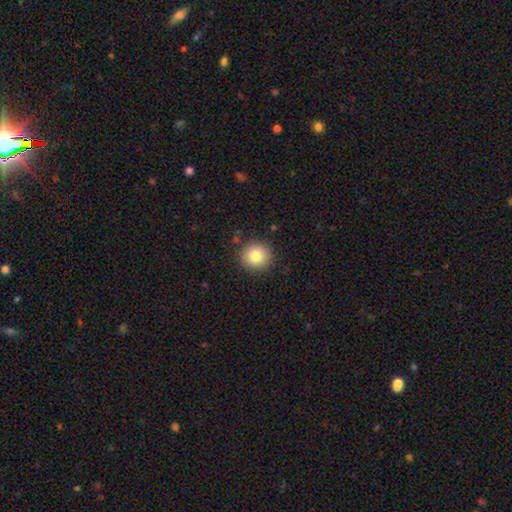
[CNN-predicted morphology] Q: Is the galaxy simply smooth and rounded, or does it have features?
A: smooth — 82%.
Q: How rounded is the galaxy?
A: round — 91%.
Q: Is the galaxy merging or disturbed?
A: none — 89%.